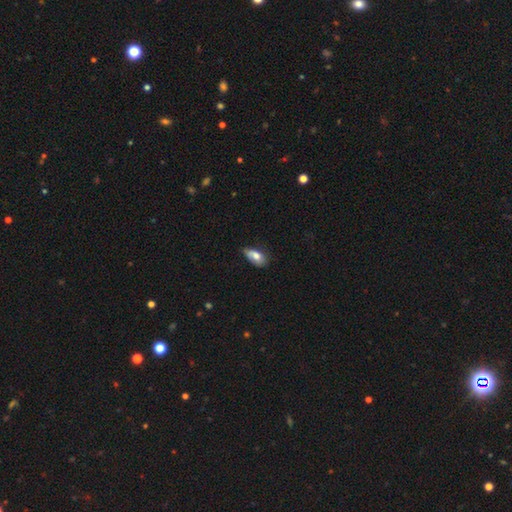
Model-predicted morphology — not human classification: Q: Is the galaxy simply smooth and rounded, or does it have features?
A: smooth — 74%.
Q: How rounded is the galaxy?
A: in between — 91%.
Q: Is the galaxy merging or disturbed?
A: none — 47%.